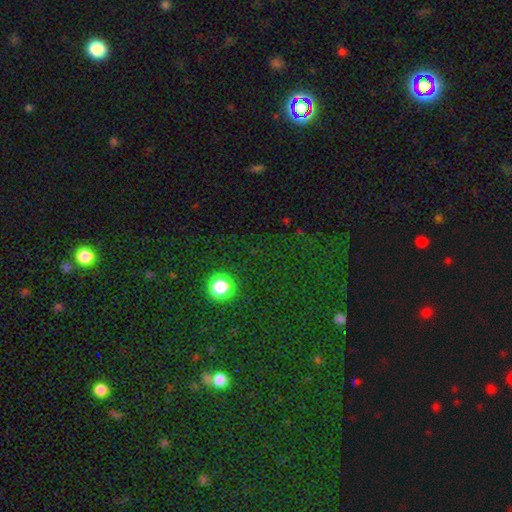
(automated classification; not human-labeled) A star or artifact, not a galaxy (68%).